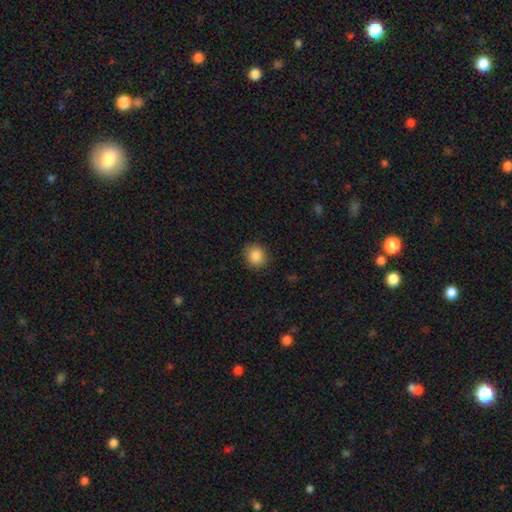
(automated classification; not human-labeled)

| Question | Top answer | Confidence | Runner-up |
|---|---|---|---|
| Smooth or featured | smooth | 87% | star or artifact (9%) |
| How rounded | round | 81% | in between (18%) |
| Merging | none | 88% | minor disturbance (8%) |